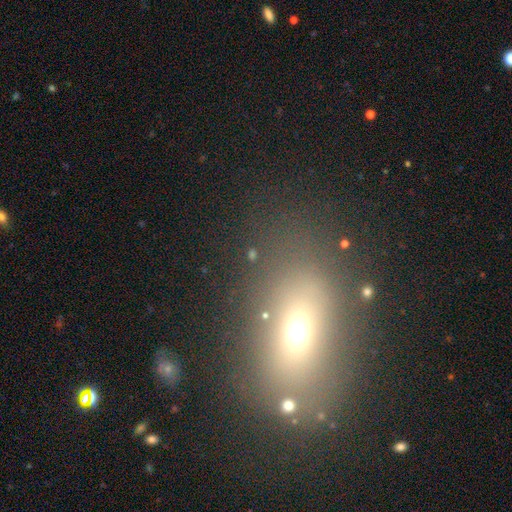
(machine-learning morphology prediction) A smooth galaxy with no disk features (53%) that is in between round and cigar-shaped (64%).

Vote fractions:
- Smooth or featured? smooth: 53% / star or artifact: 29% / featured or disk: 18%
- How rounded? in between: 64% / round: 31% / cigar-shaped: 6%
- Merging? none: 72% / minor disturbance: 13% / major disturbance: 10% / merger: 5%